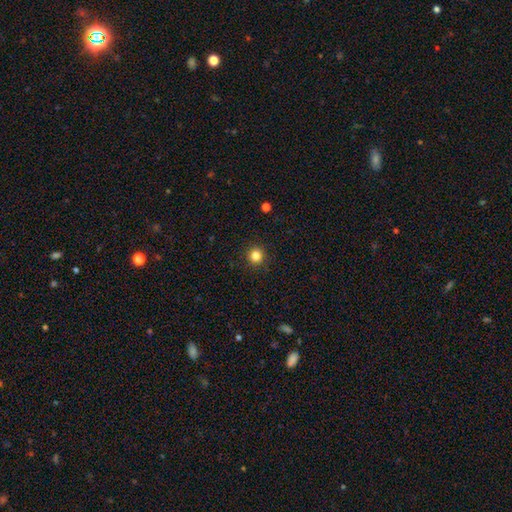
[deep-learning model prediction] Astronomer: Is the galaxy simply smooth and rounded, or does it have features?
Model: smooth — 83%.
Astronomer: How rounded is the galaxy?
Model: round — 93%.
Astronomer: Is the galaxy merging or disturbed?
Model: none — 92%.